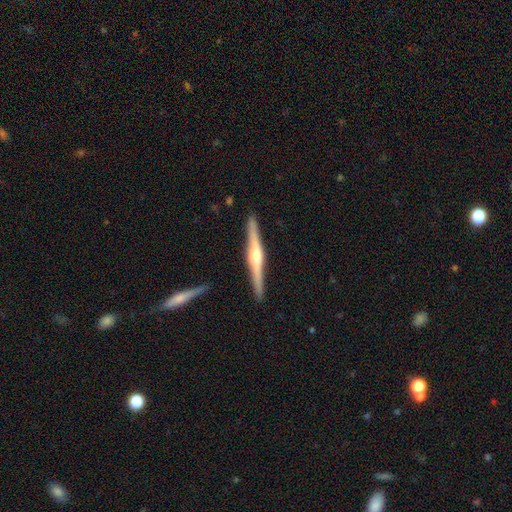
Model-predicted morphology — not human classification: Smooth or featured? featured or disk (80%)
Edge-on disk? yes (98%)
Edge-on bulge? rounded (88%)
Merging? none (91%)